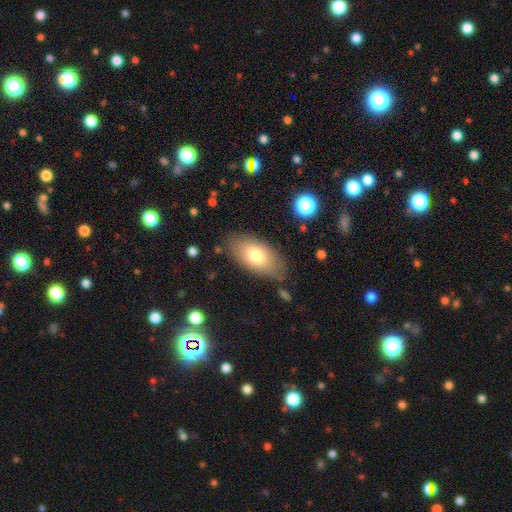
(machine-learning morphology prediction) Q: Smooth or featured?
A: smooth (77%); runner-up: featured or disk (16%)
Q: How rounded?
A: in between (93%); runner-up: cigar-shaped (4%)
Q: Merging?
A: none (77%); runner-up: minor disturbance (16%)